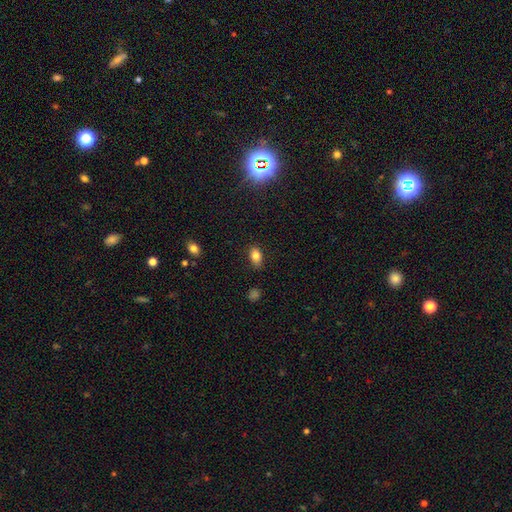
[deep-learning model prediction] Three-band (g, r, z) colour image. It shows a smooth galaxy with no disk features (82%) that is in between round and cigar-shaped (85%). Merging: none (84%).